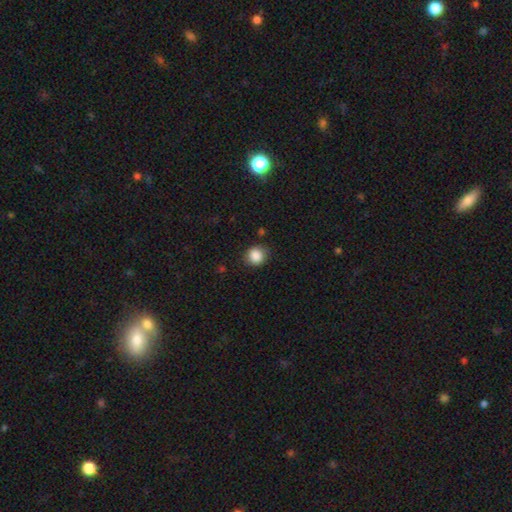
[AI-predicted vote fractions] Morphology: type=smooth (87%); roundness=round (83%); merging=none (81%).